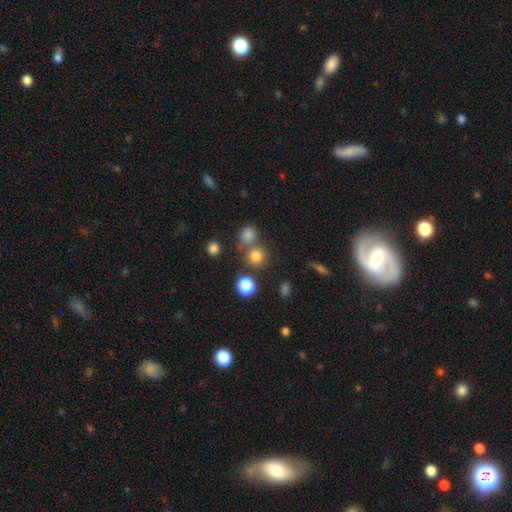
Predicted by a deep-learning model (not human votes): smooth 78%, star or artifact 16%, featured or disk 6%. Down the decision tree: how rounded — round (90%); merging — none (65%).